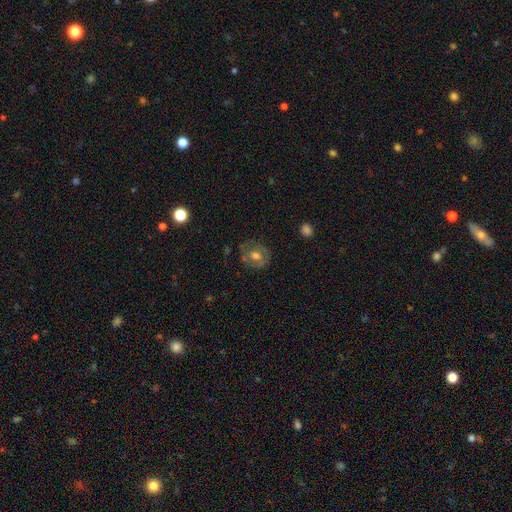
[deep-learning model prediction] smooth_or_featured: smooth (p=0.50) [alt: featured or disk p=0.42]
merging: none (p=0.72) [alt: minor disturbance p=0.18]